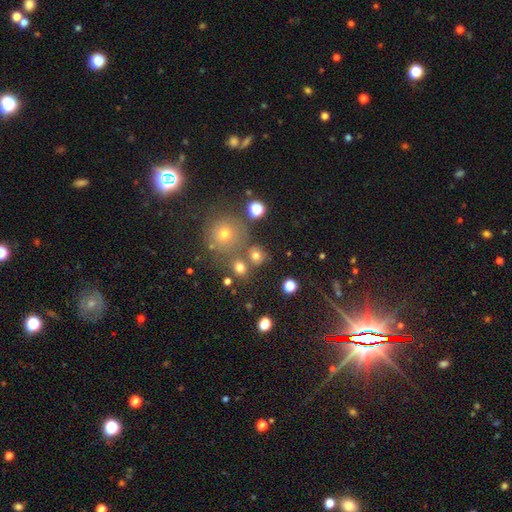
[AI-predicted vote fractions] Smooth or featured? smooth (72%)
How rounded? round (84%)
Merging? none (70%)